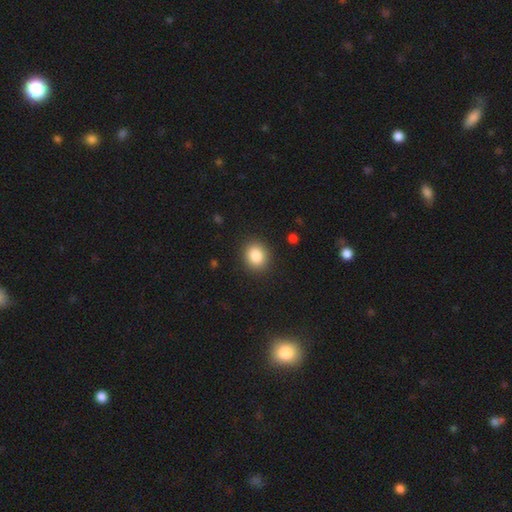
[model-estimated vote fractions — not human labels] Q: Smooth or featured?
A: smooth (85%); runner-up: star or artifact (9%)
Q: How rounded?
A: round (70%); runner-up: in between (29%)
Q: Merging?
A: none (90%); runner-up: minor disturbance (7%)